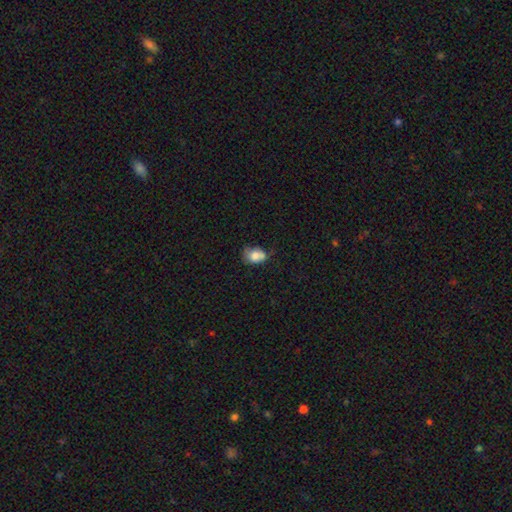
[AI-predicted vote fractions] Overall: smooth (76%). How rounded: in between (59%; round 39%). Merging: none (36%; minor disturbance 33%).